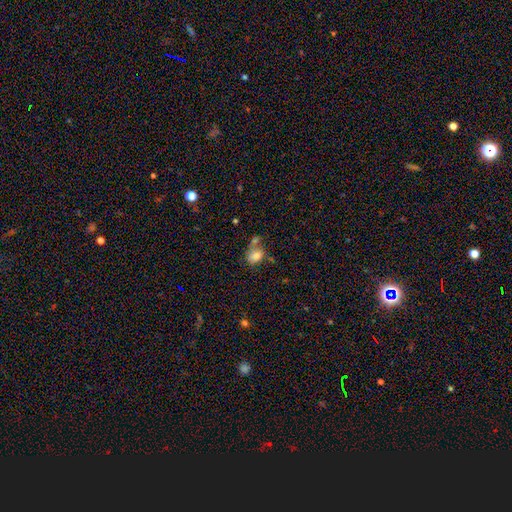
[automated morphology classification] smooth-or-featured: smooth: 81% | star or artifact: 10% | featured or disk: 9%
  how-rounded: in between: 68% | round: 31% | cigar-shaped: 1%
  merging: none: 44% | merger: 30% | minor disturbance: 19% | major disturbance: 8%